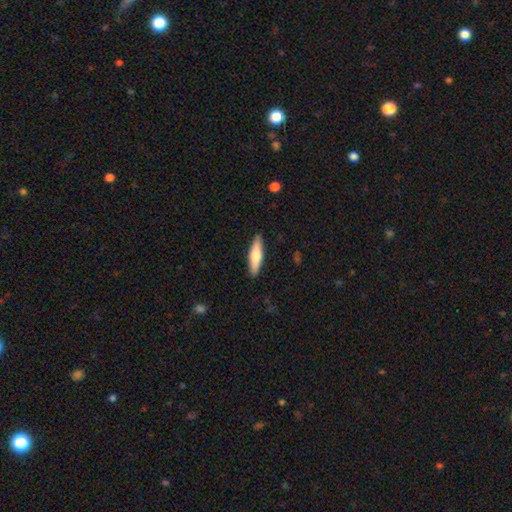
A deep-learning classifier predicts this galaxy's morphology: Q: Smooth or featured?
A: smooth (60%); runner-up: featured or disk (35%)
Q: How rounded?
A: cigar-shaped (69%); runner-up: in between (29%)
Q: Merging?
A: none (90%); runner-up: minor disturbance (7%)